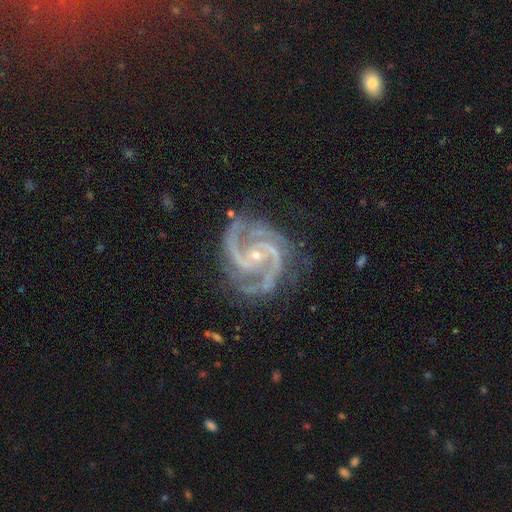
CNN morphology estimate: type=featured or disk (94%); edge-on=no (98%); bar=no (58%); spiral arms=yes (99%); winding=medium (53%); arm count=2 (58%); bulge=small (78%); merging=none (73%).